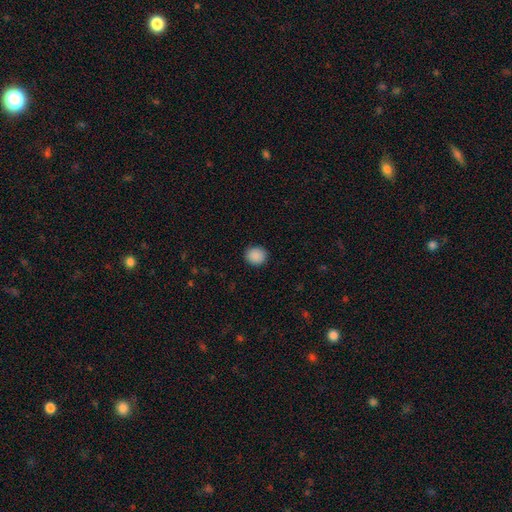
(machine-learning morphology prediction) This is clearly a smooth galaxy (90%). How rounded: clearly round (83%). Merging: clearly none (91%).